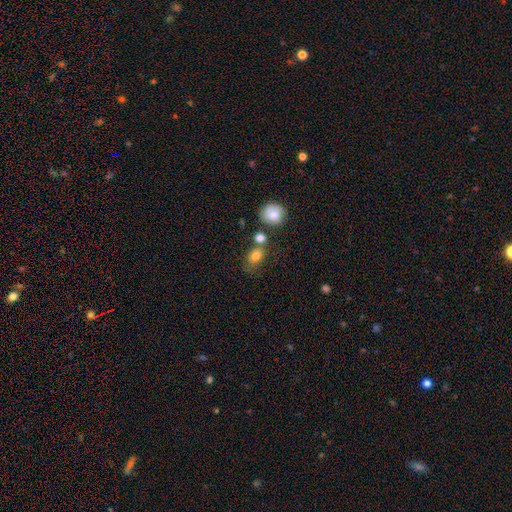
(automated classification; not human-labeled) Morphology: type=smooth (80%); roundness=in between (60%); merging=none (52%).